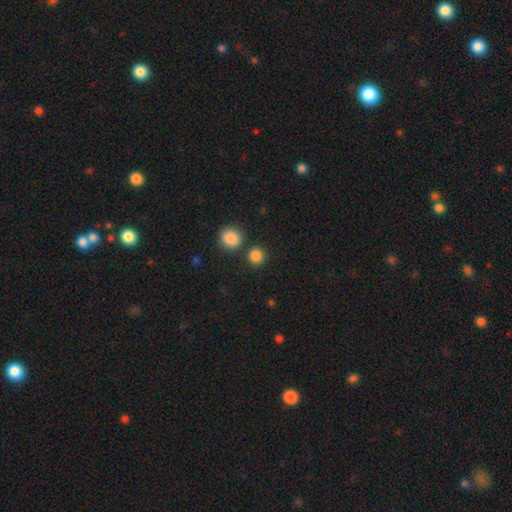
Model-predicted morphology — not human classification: Smooth or featured?
  - smooth: 86% *
  - star or artifact: 11%
  - featured or disk: 3%
How rounded?
  - round: 91% *
  - in between: 8%
  - cigar-shaped: 1%
Merging?
  - none: 80% *
  - merger: 10%
  - minor disturbance: 7%
  - major disturbance: 3%